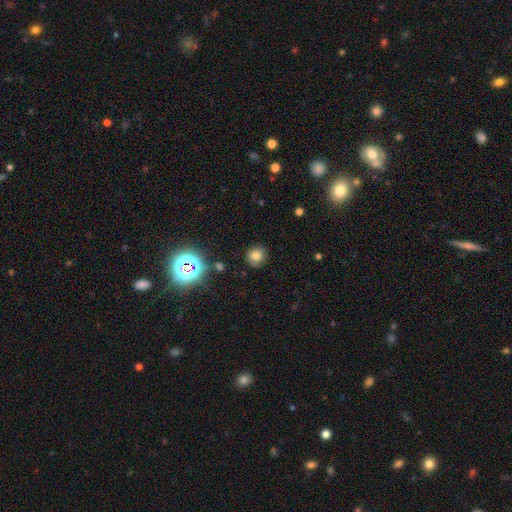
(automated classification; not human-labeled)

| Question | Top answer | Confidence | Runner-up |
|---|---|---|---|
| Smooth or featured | smooth | 73% | star or artifact (18%) |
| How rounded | round | 86% | in between (13%) |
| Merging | none | 86% | minor disturbance (10%) |